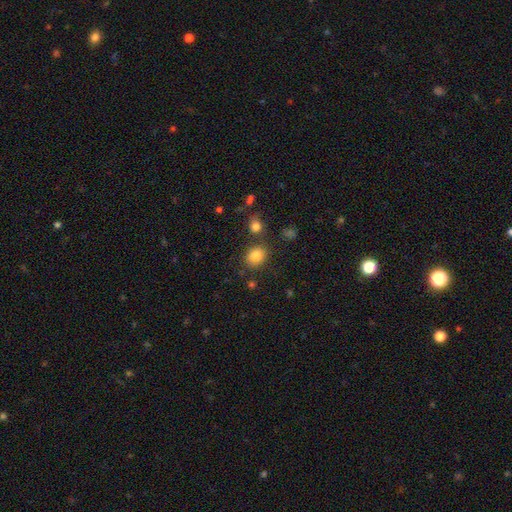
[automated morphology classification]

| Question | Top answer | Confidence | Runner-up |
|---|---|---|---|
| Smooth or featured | smooth | 83% | star or artifact (11%) |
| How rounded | round | 55% | in between (44%) |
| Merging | none | 78% | minor disturbance (11%) |